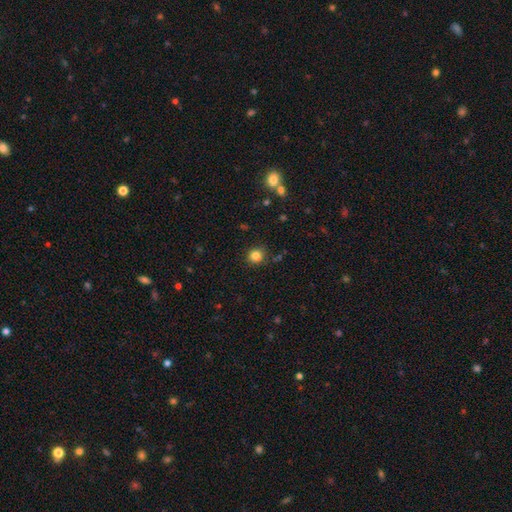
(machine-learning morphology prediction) Overall: smooth (82%). How rounded: round (83%). Merging: none (84%).